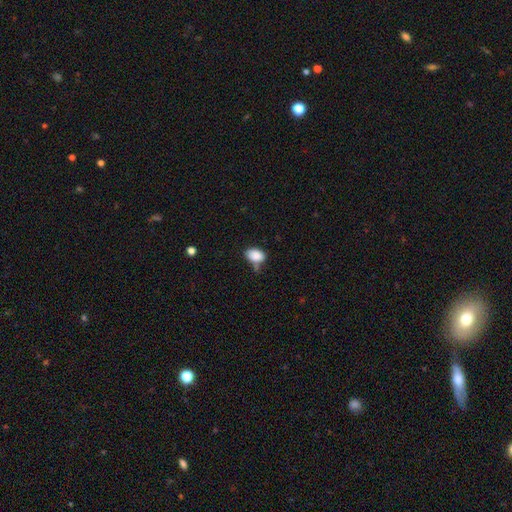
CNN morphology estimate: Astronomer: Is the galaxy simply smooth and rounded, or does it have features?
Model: smooth — 87%.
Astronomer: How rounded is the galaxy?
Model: in between — 84%.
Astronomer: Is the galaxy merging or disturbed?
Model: none — 53%.